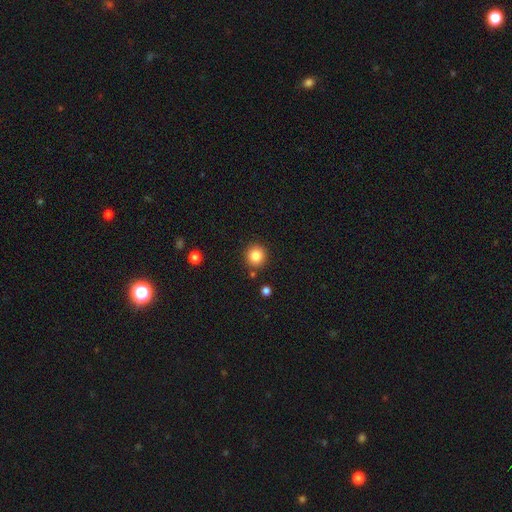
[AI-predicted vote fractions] This is clearly a smooth galaxy (86%). How rounded: clearly round (93%). Merging: clearly none (88%).